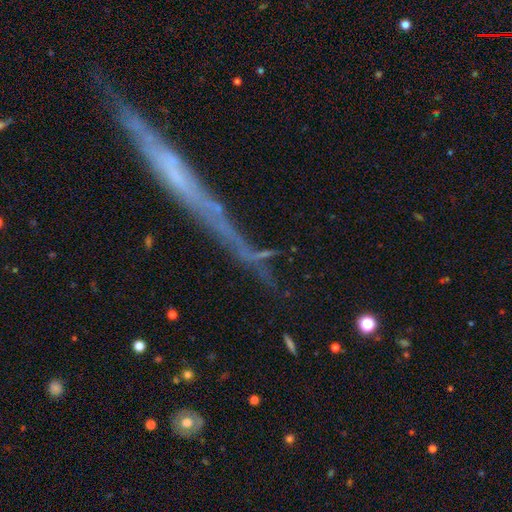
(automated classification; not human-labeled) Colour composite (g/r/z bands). It shows a star or artifact, not a galaxy (40%).